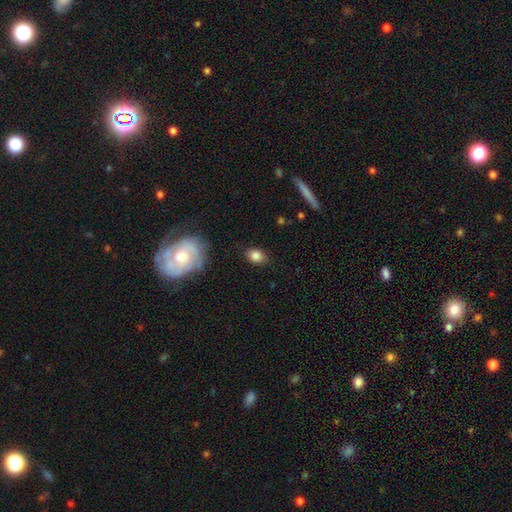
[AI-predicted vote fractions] Smooth or featured? smooth (83%)
How rounded? in between (68%)
Merging? none (84%)